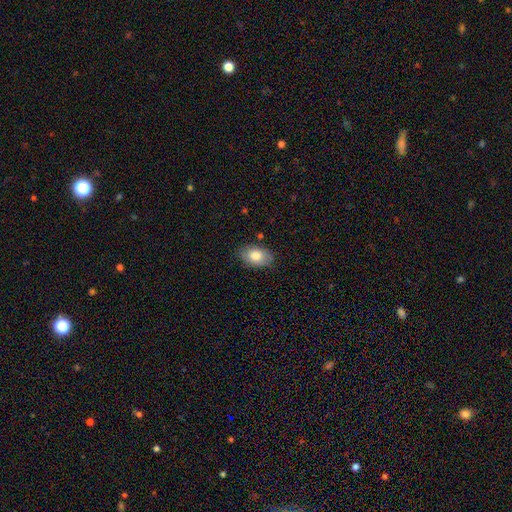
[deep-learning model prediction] smooth 81%, featured or disk 12%, star or artifact 7%. Down the decision tree: how rounded — in between (90%); merging — none (81%).